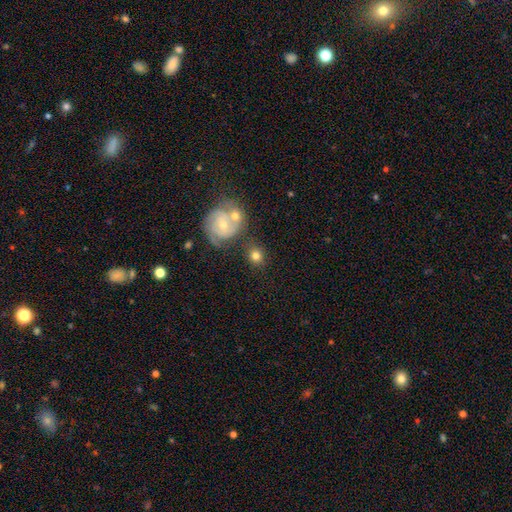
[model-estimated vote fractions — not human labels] Overall: smooth (71%). How rounded: round (81%). Merging: none (73%).